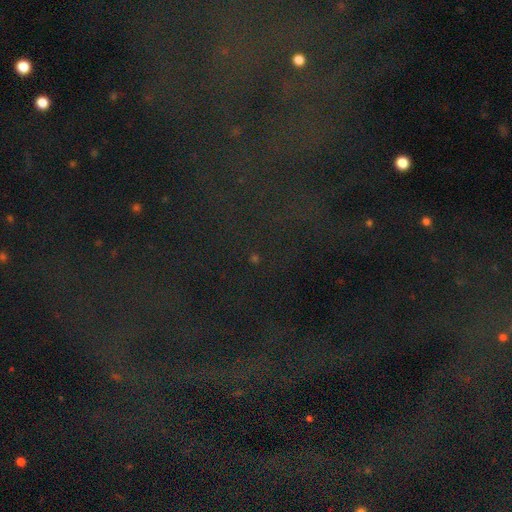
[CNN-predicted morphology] This appears to be a star or artifact, not a galaxy (79%).